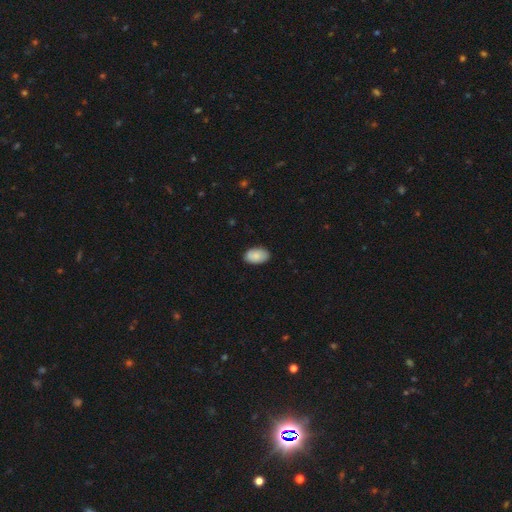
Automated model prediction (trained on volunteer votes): Q: Smooth or featured?
A: smooth (88%); runner-up: star or artifact (6%)
Q: How rounded?
A: in between (93%); runner-up: round (6%)
Q: Merging?
A: none (87%); runner-up: minor disturbance (10%)